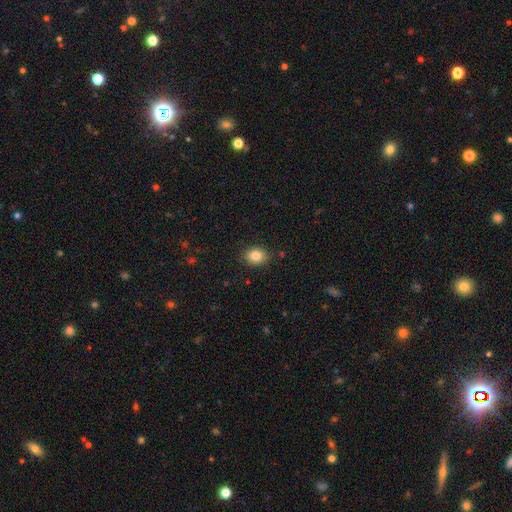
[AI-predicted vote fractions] Morphology: type=smooth (85%); roundness=in between (53%); merging=none (87%).